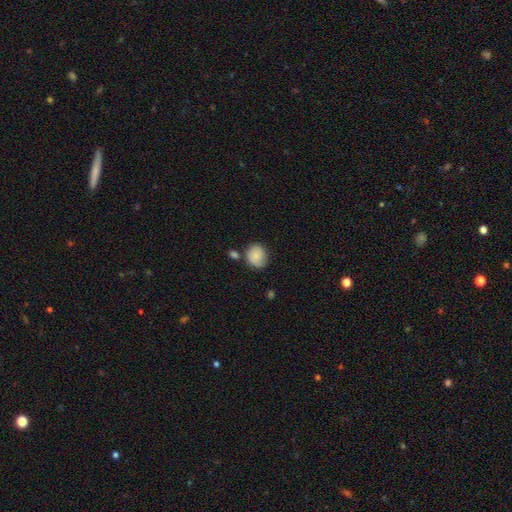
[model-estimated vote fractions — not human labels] A smooth galaxy with no disk features (77%) that is round (73%).

Vote fractions:
- Smooth or featured? smooth: 77% / featured or disk: 15% / star or artifact: 8%
- How rounded? round: 73% / in between: 26% / cigar-shaped: 1%
- Merging? none: 66% / minor disturbance: 22% / merger: 8% / major disturbance: 5%